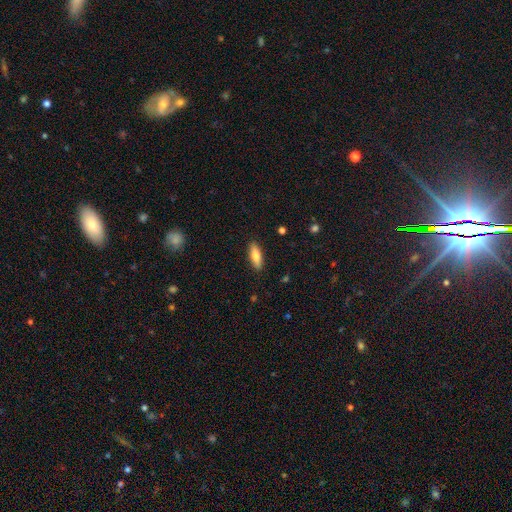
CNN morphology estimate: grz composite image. It shows a smooth galaxy with no disk features (78%) that is in between round and cigar-shaped (60%). Merging: none (89%).